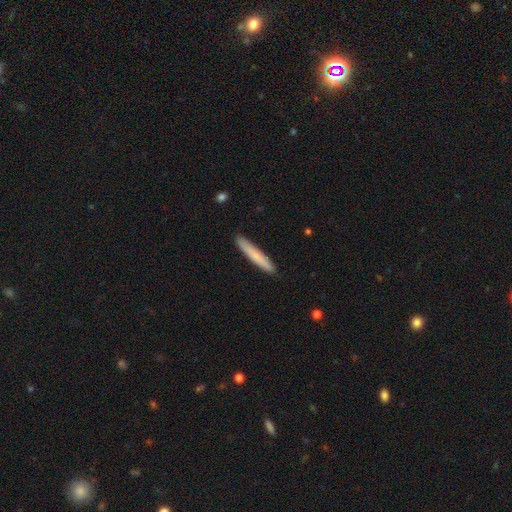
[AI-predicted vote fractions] This appears to be a smooth galaxy with no disk features (75%) that is cigar-shaped (95%). Merging: none (91%).